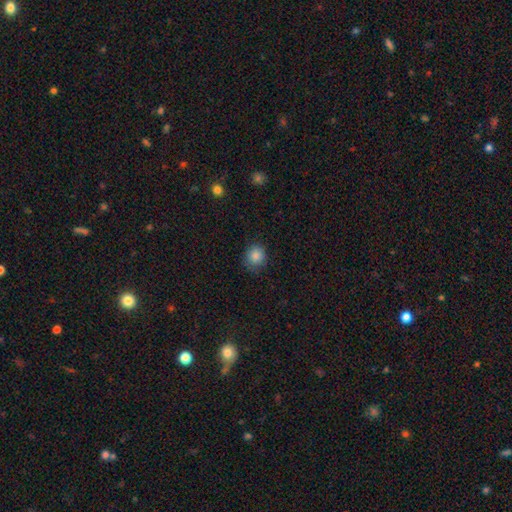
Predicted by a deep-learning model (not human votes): smooth_or_featured: smooth (p=0.85) [alt: star or artifact p=0.10]
how_rounded: round (p=0.86) [alt: in between p=0.13]
merging: none (p=0.79) [alt: minor disturbance p=0.16]